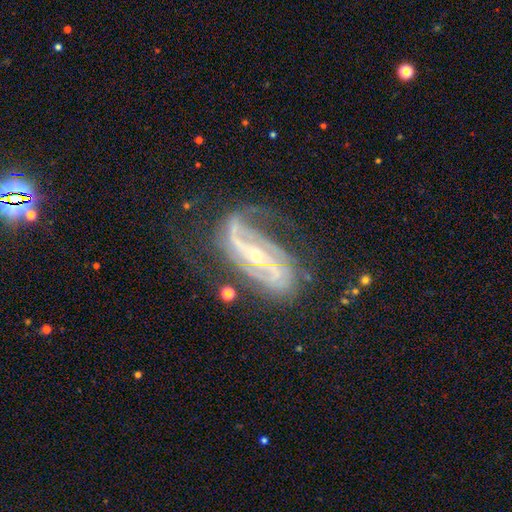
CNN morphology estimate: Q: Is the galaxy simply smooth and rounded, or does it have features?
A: featured or disk — 90%.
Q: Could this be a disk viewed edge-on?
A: no — 94%.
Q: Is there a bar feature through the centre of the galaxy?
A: strong — 52%.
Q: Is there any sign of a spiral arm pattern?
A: yes — 96%.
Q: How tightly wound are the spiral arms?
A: medium — 43%.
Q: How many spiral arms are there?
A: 2 — 60%.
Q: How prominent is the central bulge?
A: small — 64%.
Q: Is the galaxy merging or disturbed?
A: none — 51%.